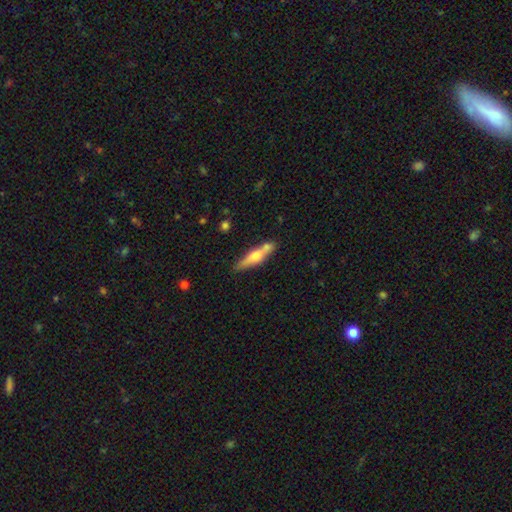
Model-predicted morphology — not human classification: Q: Smooth or featured?
A: featured or disk (49%); runner-up: smooth (45%)
Q: Merging?
A: none (66%); runner-up: merger (16%)